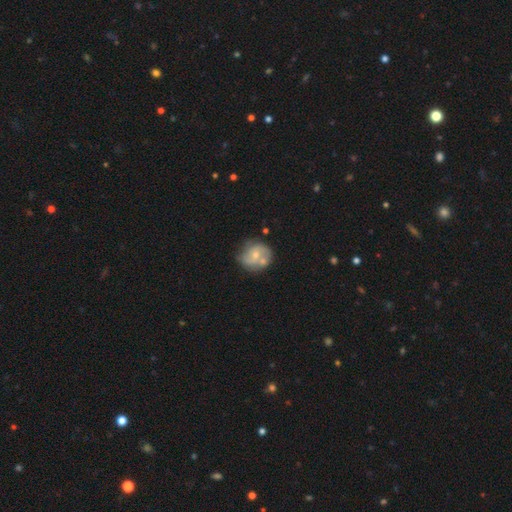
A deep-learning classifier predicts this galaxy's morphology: Smooth or featured? Predicted: featured or disk (p=0.55). Edge-on disk? Predicted: no (p=0.98). Bar? Predicted: no (p=0.71). Spiral arms? Predicted: yes (p=0.70). Bulge size? Predicted: small (p=0.52). Merging? Predicted: none (p=0.53).